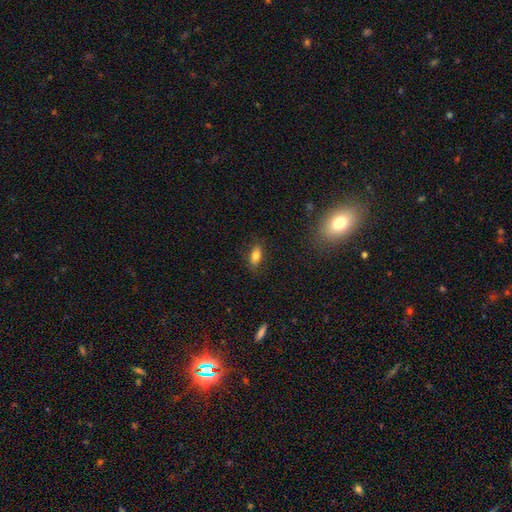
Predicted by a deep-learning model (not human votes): smooth_or_featured: smooth (p=0.80) [alt: featured or disk p=0.10]
how_rounded: in between (p=0.85) [alt: cigar-shaped p=0.10]
merging: none (p=0.83) [alt: minor disturbance p=0.12]